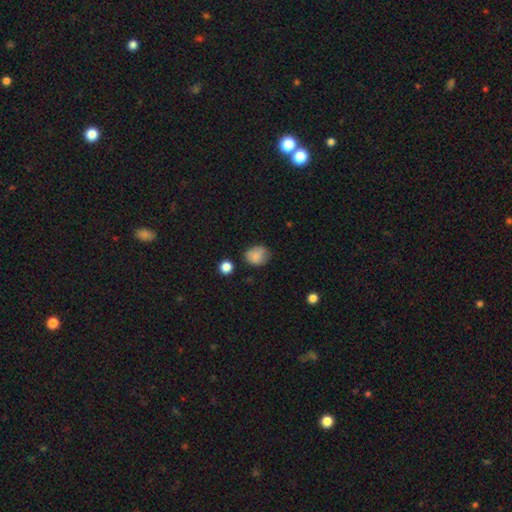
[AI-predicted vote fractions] smooth_or_featured: smooth (p=0.83) [alt: star or artifact p=0.10]
how_rounded: round (p=0.60) [alt: in between p=0.39]
merging: none (p=0.65) [alt: minor disturbance p=0.25]